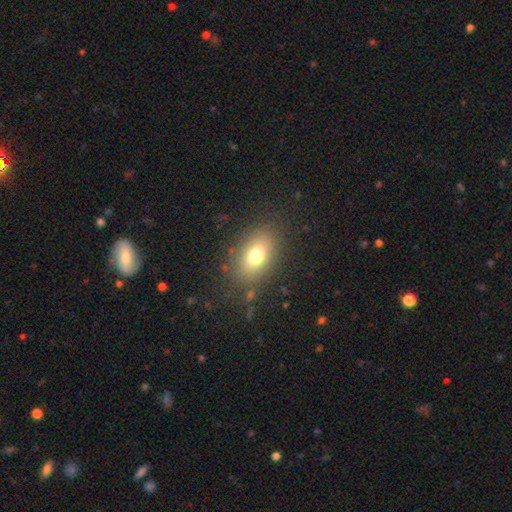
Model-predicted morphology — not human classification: Overall: smooth (74%). How rounded: in between (82%). Merging: none (82%).